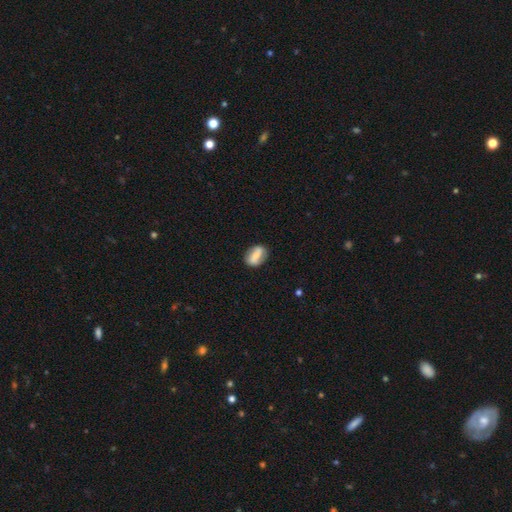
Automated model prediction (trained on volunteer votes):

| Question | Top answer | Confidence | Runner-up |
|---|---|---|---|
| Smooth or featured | smooth | 66% | featured or disk (26%) |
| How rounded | in between | 79% | round (17%) |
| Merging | none | 77% | minor disturbance (16%) |